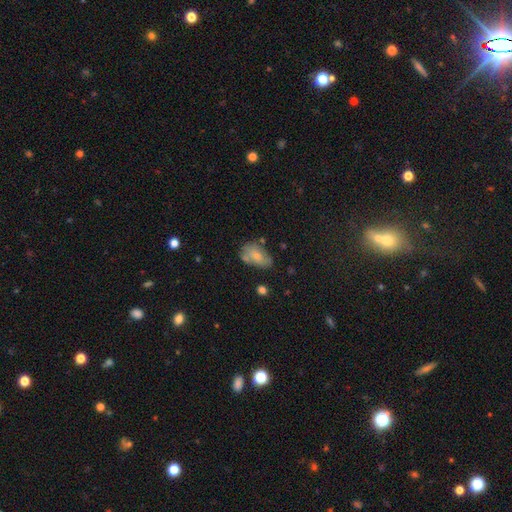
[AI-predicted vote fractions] Smooth or featured: smooth — 64% (featured or disk — 29%)
How rounded: in between — 90% (round — 8%)
Merging: none — 51% (minor disturbance — 29%)